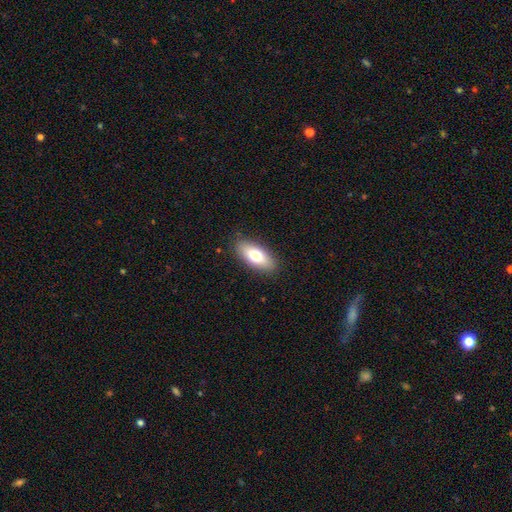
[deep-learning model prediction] Q: Smooth or featured?
A: smooth (73%); runner-up: featured or disk (20%)
Q: How rounded?
A: in between (83%); runner-up: cigar-shaped (14%)
Q: Merging?
A: none (87%); runner-up: minor disturbance (10%)